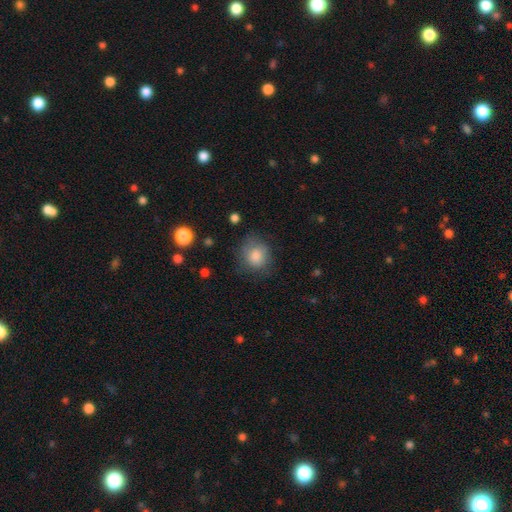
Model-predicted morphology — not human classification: Smooth or featured? Predicted: smooth (p=0.80). How rounded? Predicted: round (p=0.73). Merging? Predicted: none (p=0.71).